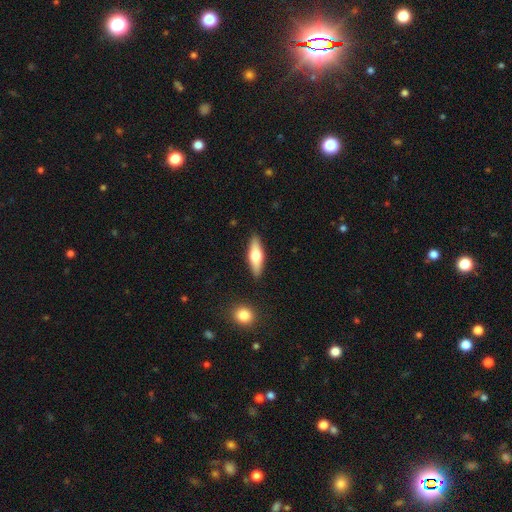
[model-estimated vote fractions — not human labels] This appears to be a smooth galaxy with no disk features (58%) that is cigar-shaped (49%, tied with in between). Merging: none (88%).